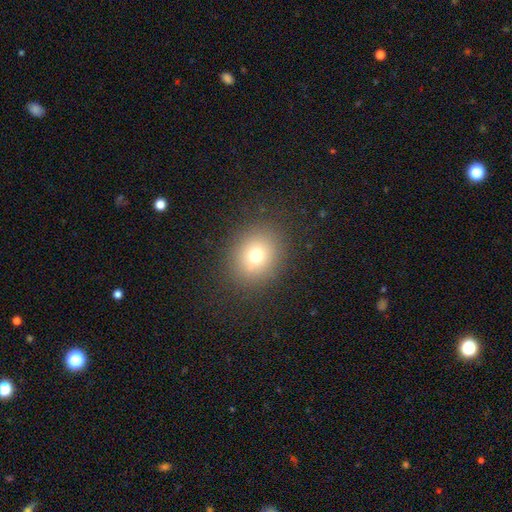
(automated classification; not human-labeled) Morphology: type=smooth (72%); roundness=round (73%); merging=none (86%).